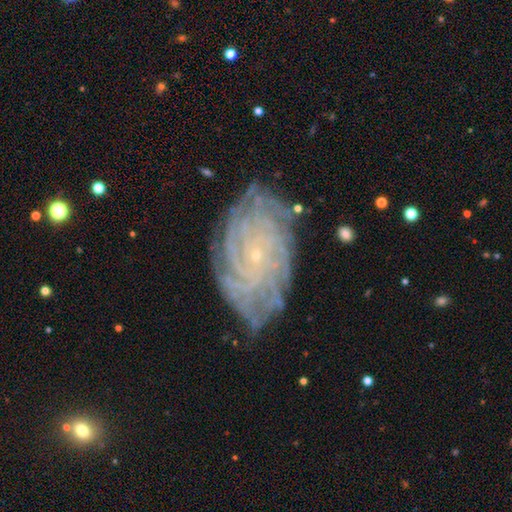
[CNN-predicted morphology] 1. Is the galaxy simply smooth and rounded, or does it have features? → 85% featured or disk, 8% star or artifact, 8% smooth.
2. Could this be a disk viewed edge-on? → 96% no, 4% yes.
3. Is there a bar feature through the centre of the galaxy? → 77% no, 18% weak, 5% strong.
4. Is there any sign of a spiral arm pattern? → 97% yes, 3% no.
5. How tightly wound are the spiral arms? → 83% tight, 14% medium, 3% loose.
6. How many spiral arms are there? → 27% can't tell, 26% more than 4, 19% 4, 11% 3, 9% 2, 8% 1.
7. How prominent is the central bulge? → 89% small, 7% moderate, 2% none, 1% large, 1% dominant.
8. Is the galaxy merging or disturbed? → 78% none, 16% minor disturbance, 4% major disturbance, 1% merger.